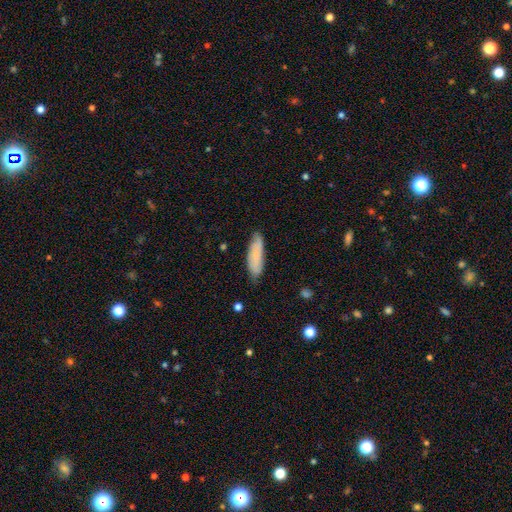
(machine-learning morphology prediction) A smooth galaxy with no disk features (77%) that is cigar-shaped (53%).

Vote fractions:
- Smooth or featured? smooth: 77% / featured or disk: 16% / star or artifact: 6%
- How rounded? cigar-shaped: 53% / in between: 45% / round: 2%
- Merging? none: 76% / minor disturbance: 19% / major disturbance: 3% / merger: 1%